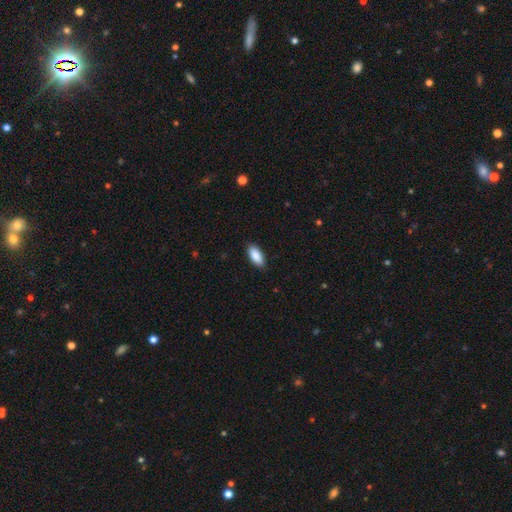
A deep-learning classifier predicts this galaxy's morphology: smooth_or_featured: smooth (p=0.89) [alt: star or artifact p=0.06]
how_rounded: in between (p=0.88) [alt: cigar-shaped p=0.10]
merging: none (p=0.87) [alt: minor disturbance p=0.10]